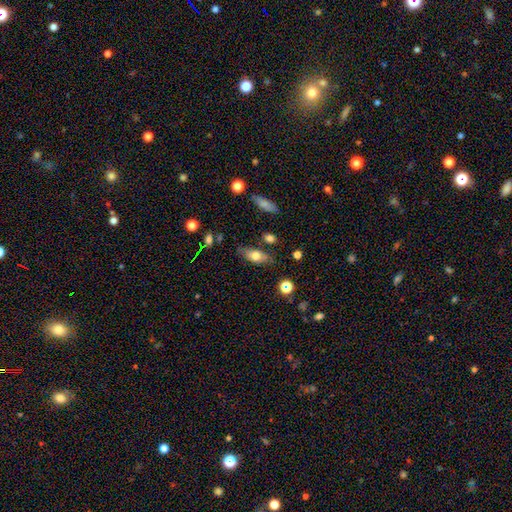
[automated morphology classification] Smooth or featured? smooth (66%)
How rounded? in between (77%)
Merging? none (74%)